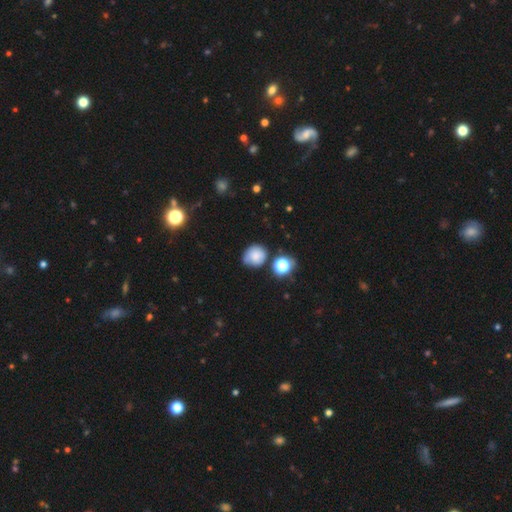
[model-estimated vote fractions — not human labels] smooth-or-featured: smooth: 75% | star or artifact: 13% | featured or disk: 12%
  how-rounded: round: 77% | in between: 22% | cigar-shaped: 1%
  merging: none: 60% | minor disturbance: 24% | merger: 10% | major disturbance: 6%